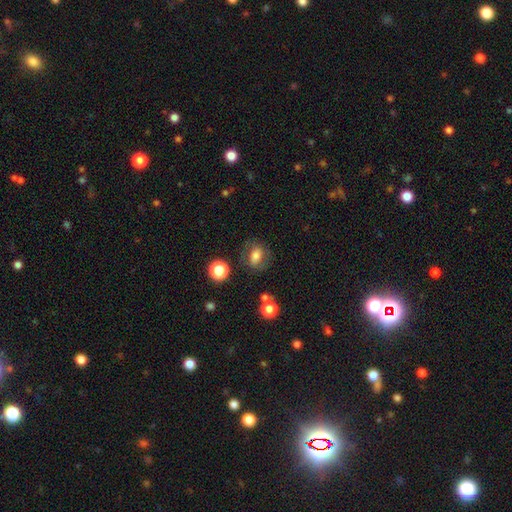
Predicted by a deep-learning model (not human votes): This is likely a smooth galaxy (62%). How rounded: likely in between (64%). Merging: likely none (72%).